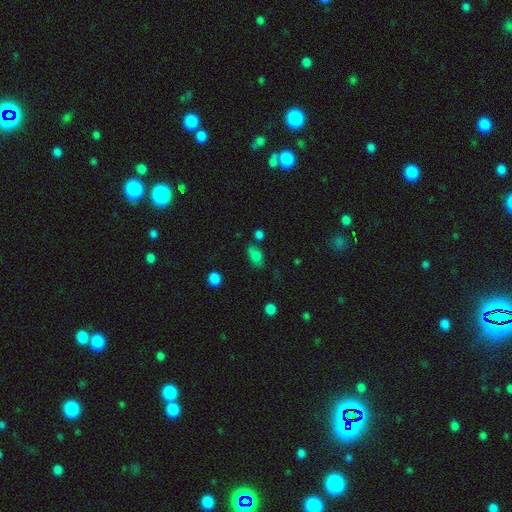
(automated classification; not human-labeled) smooth_or_featured: smooth (p=0.78) [alt: star or artifact p=0.11]
how_rounded: in between (p=0.86) [alt: round p=0.11]
merging: none (p=0.64) [alt: minor disturbance p=0.21]